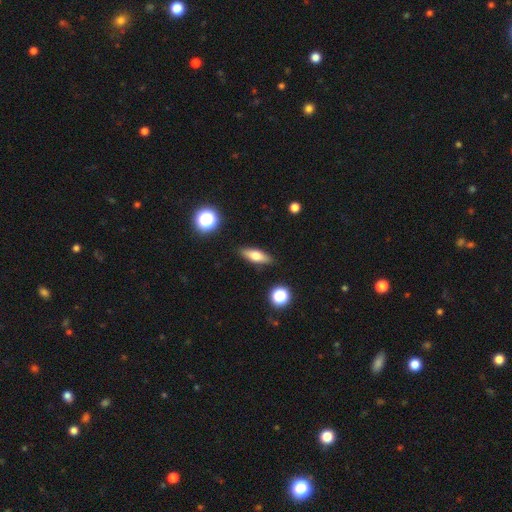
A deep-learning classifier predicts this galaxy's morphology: This appears to be a smooth galaxy with no disk features (60%) that is in between round and cigar-shaped (54%). Merging: none (88%).